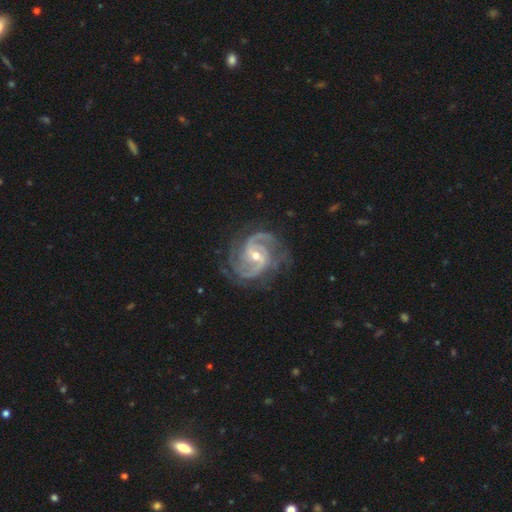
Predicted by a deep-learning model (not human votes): Smooth or featured? featured or disk (93%)
Edge-on disk? no (98%)
Bar? weak (46%)
Spiral arms? yes (98%)
Spiral winding? medium (52%)
Spiral arm count? 2 (56%)
Bulge size? small (50%)
Merging? none (74%)